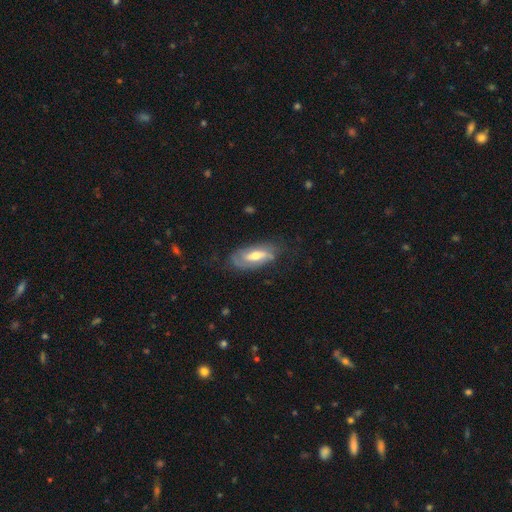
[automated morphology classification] Smooth or featured? featured or disk (65%)
Edge-on disk? no (85%)
Bar? weak (41%)
Spiral arms? yes (80%)
Bulge size? moderate (66%)
Merging? none (66%)